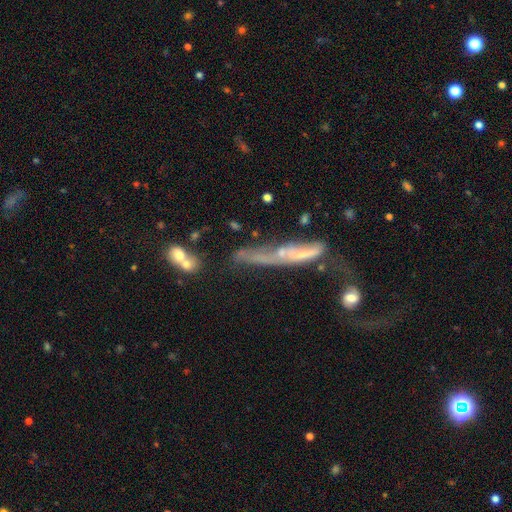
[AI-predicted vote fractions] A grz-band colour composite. It shows a featured or disk galaxy (51%) viewed edge-on (61%). Merging: none (28%).